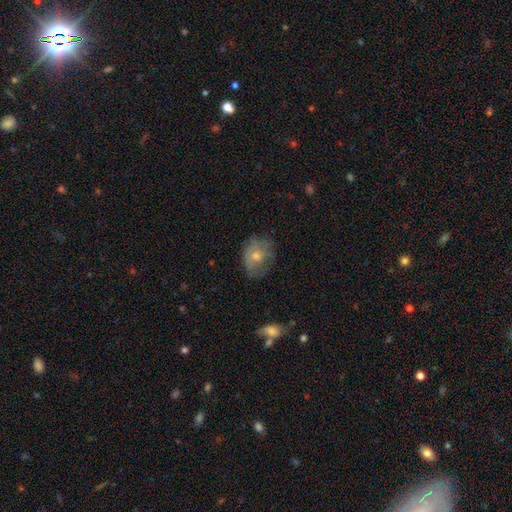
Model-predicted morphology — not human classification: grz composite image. It shows a smooth galaxy with no disk features (54%) that is round (52%). Merging: none (68%).